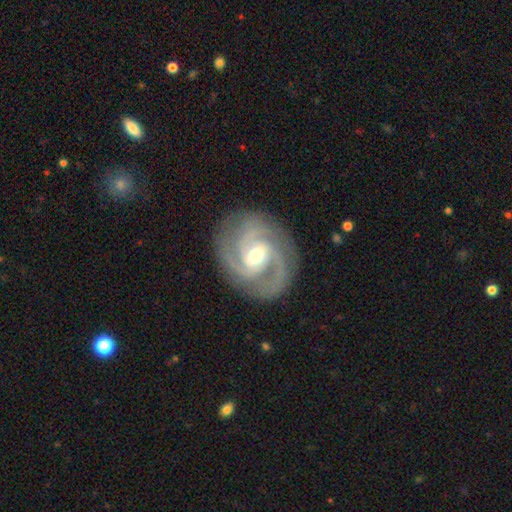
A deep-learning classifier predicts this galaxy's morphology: Smooth or featured? Predicted: featured or disk (p=0.92). Edge-on disk? Predicted: no (p=0.98). Bar? Predicted: weak (p=0.44). Spiral arms? Predicted: yes (p=0.99). Spiral winding? Predicted: tight (p=0.55). Spiral arm count? Predicted: 3 (p=0.55). Bulge size? Predicted: moderate (p=0.66). Merging? Predicted: none (p=0.84).